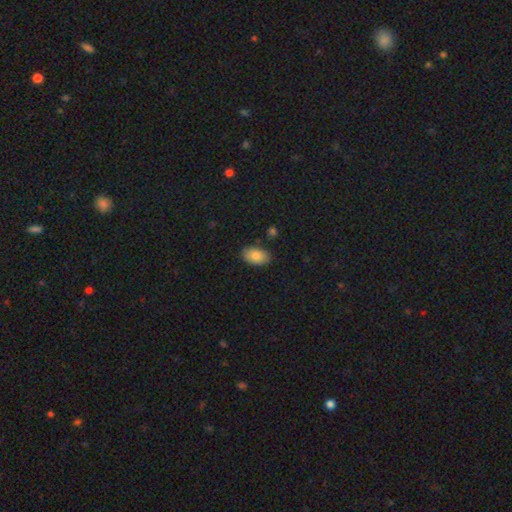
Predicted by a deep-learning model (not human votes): Smooth or featured? Predicted: smooth (p=0.84). How rounded? Predicted: in between (p=0.93). Merging? Predicted: none (p=0.84).